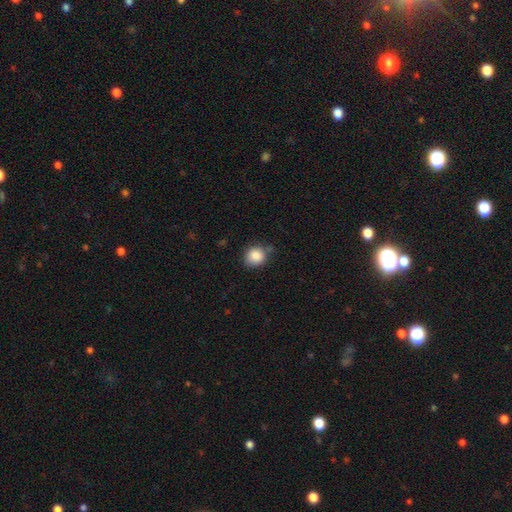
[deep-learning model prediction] Smooth or featured?
  - smooth: 87% *
  - star or artifact: 9%
  - featured or disk: 4%
How rounded?
  - round: 77% *
  - in between: 22%
  - cigar-shaped: 1%
Merging?
  - none: 72% *
  - minor disturbance: 20%
  - major disturbance: 4%
  - merger: 4%